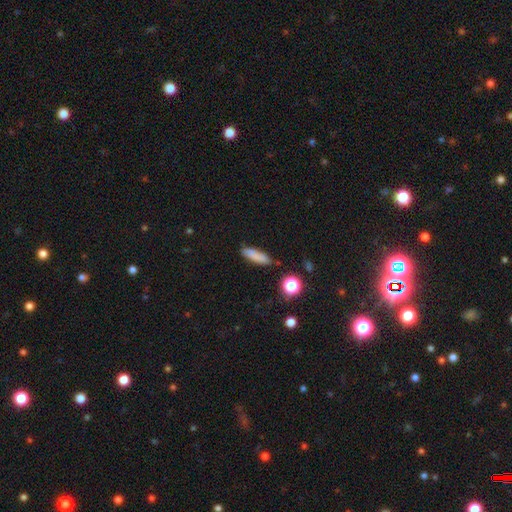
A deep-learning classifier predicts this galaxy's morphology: Overall: smooth (80%). How rounded: cigar-shaped (63%; in between 33%). Merging: none (80%).